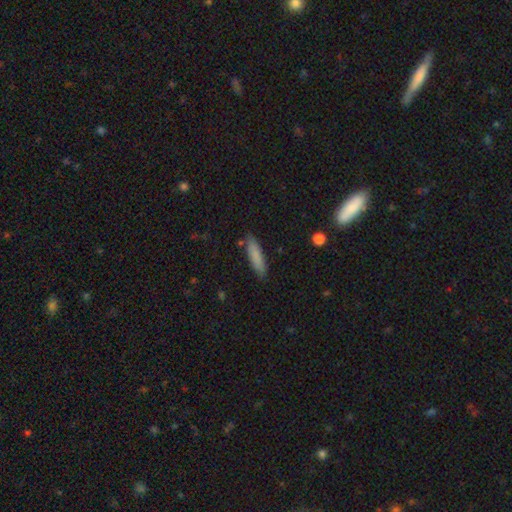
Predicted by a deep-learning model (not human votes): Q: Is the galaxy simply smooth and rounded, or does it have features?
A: smooth — 83%.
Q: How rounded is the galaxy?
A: cigar-shaped — 73%.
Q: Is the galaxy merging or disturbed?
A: none — 84%.